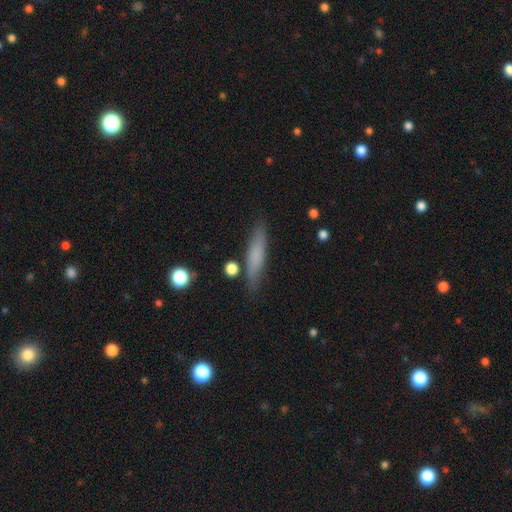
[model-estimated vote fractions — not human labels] Q: Smooth or featured?
A: smooth (69%); runner-up: featured or disk (24%)
Q: How rounded?
A: cigar-shaped (84%); runner-up: in between (14%)
Q: Merging?
A: none (82%); runner-up: minor disturbance (12%)